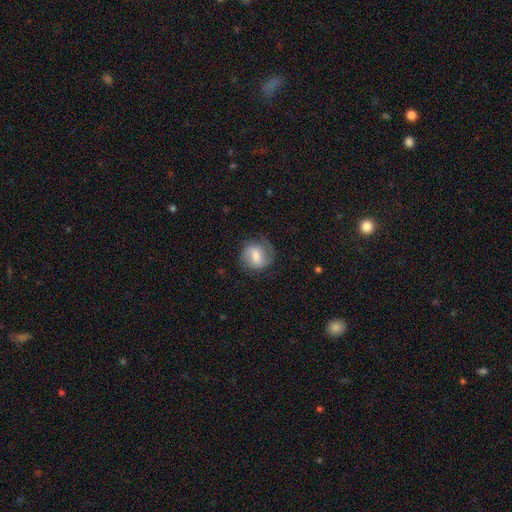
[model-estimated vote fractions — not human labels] smooth_or_featured: featured or disk (p=0.50) [alt: smooth p=0.43]
disk_edge_on: no (p=0.97) [alt: yes p=0.03]
merging: none (p=0.70) [alt: minor disturbance p=0.20]